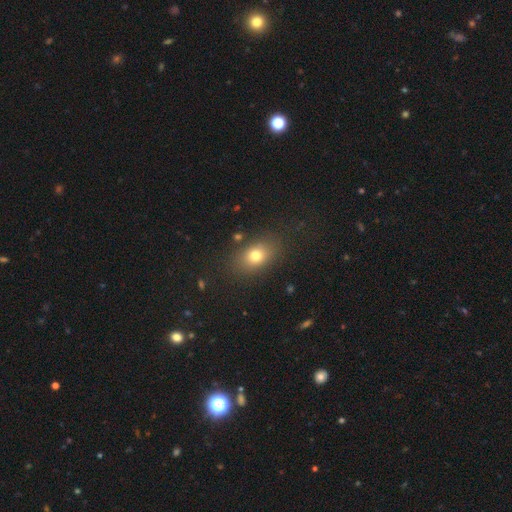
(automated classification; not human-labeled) smooth 75%, star or artifact 13%, featured or disk 12%. Down the decision tree: how rounded — in between (72%); merging — none (82%).